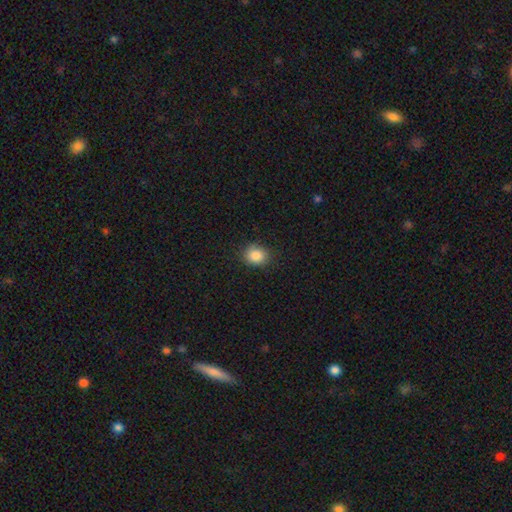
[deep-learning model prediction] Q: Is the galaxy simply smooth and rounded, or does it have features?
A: smooth — 86%.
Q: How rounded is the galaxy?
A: round — 68%.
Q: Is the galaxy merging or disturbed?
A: none — 86%.